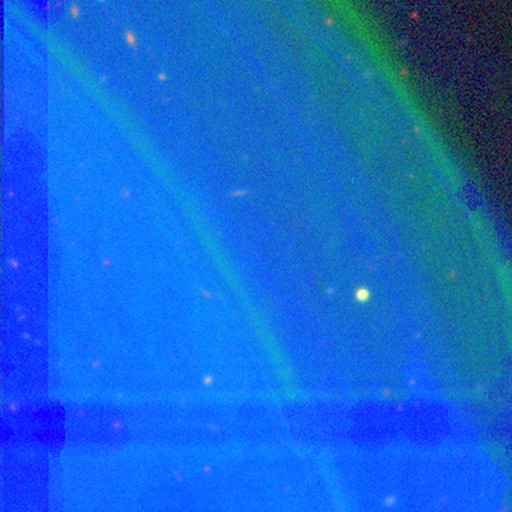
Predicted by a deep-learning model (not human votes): Smooth or featured? star or artifact (84%)